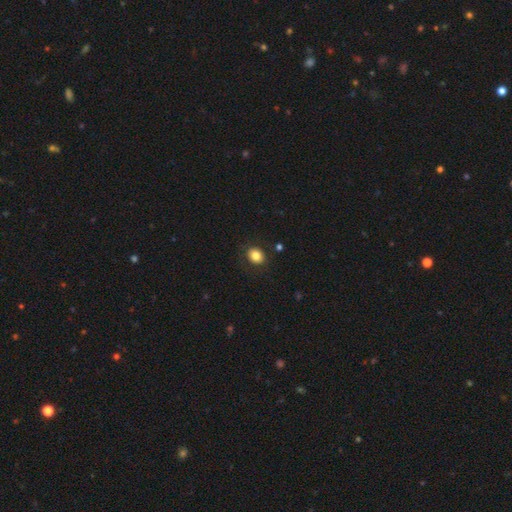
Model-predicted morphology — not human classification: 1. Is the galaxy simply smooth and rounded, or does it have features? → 83% smooth, 10% star or artifact, 8% featured or disk.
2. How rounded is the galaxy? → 55% round, 44% in between, 1% cigar-shaped.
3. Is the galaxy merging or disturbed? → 86% none, 10% minor disturbance, 3% major disturbance, 1% merger.